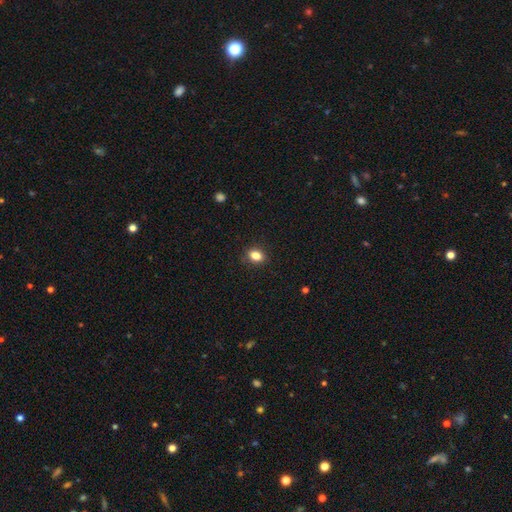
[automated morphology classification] This is clearly a smooth galaxy (84%). How rounded: likely in between (65%). Merging: clearly none (87%).